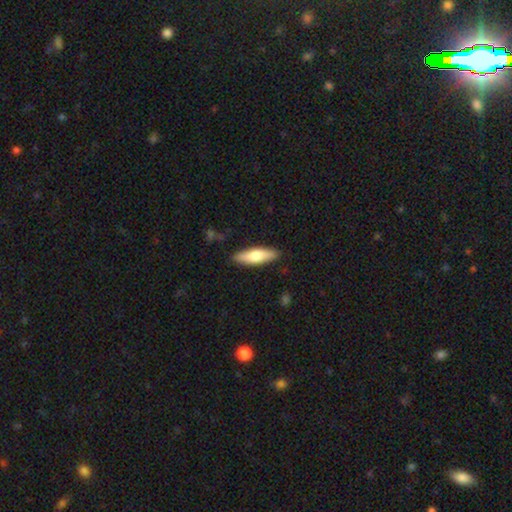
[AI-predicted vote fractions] Q: Smooth or featured?
A: smooth (71%); runner-up: featured or disk (24%)
Q: How rounded?
A: cigar-shaped (54%); runner-up: in between (44%)
Q: Merging?
A: none (87%); runner-up: minor disturbance (10%)